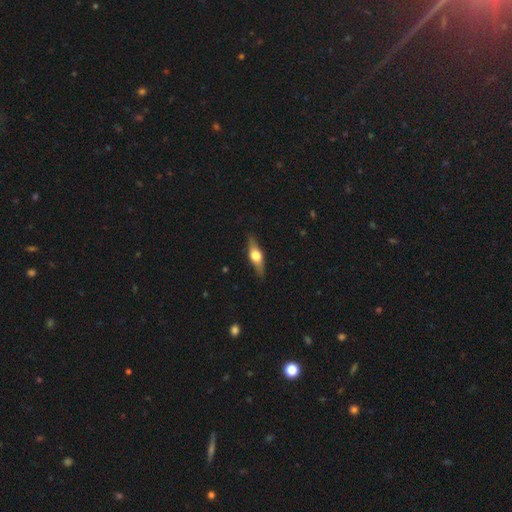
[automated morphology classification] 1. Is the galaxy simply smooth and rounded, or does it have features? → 58% featured or disk, 36% smooth, 6% star or artifact.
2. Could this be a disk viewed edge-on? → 93% yes, 7% no.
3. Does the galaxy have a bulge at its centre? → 94% rounded, 4% boxy, 1% none.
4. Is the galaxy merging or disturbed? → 86% none, 11% minor disturbance, 2% major disturbance, 1% merger.